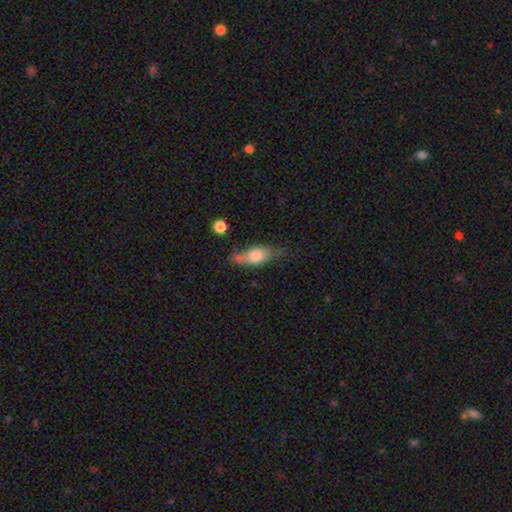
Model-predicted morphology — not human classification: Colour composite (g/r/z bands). It shows a smooth galaxy with no disk features (61%) that is in between round and cigar-shaped (67%). Merging: none (53%).